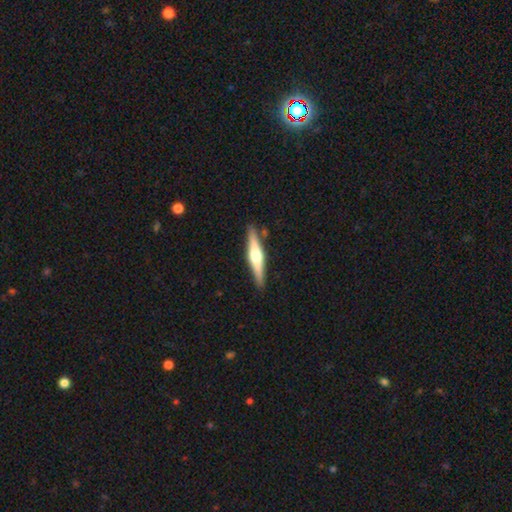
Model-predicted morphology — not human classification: Overall: featured or disk (64%; smooth 31%). Edge-on disk: yes (97%). Edge-on bulge: rounded (88%). Merging: none (88%).